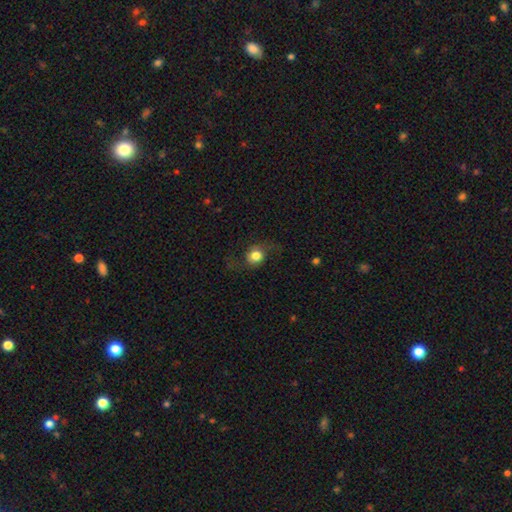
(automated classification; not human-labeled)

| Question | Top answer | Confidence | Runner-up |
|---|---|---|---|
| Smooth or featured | smooth | 66% | featured or disk (24%) |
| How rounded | round | 73% | in between (25%) |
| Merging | none | 65% | minor disturbance (18%) |